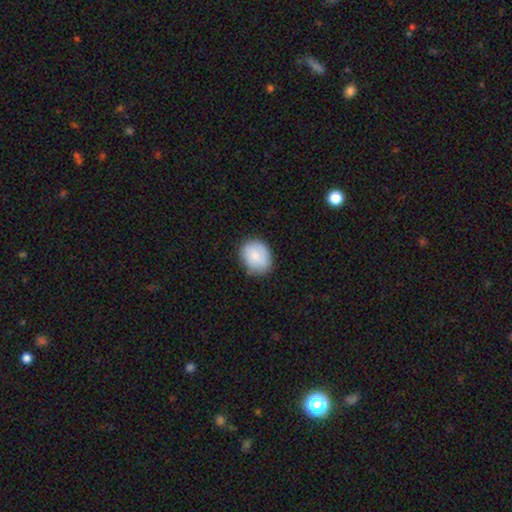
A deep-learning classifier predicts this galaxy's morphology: A smooth galaxy with no disk features (82%) that is round (56%).

Vote fractions:
- Smooth or featured? smooth: 82% / featured or disk: 12% / star or artifact: 7%
- How rounded? round: 56% / in between: 43% / cigar-shaped: 1%
- Merging? none: 78% / minor disturbance: 17% / major disturbance: 4% / merger: 2%